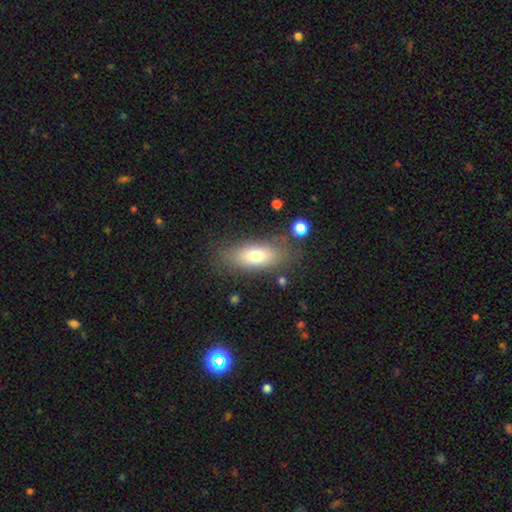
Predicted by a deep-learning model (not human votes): smooth 72%, featured or disk 19%, star or artifact 8%. Down the decision tree: how rounded — in between (78%); merging — none (77%).